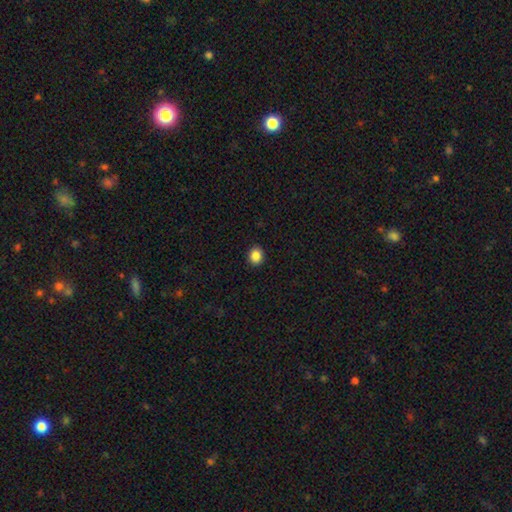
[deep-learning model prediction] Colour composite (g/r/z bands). It shows a smooth galaxy with no disk features (87%) that is round (64%). Merging: none (92%).